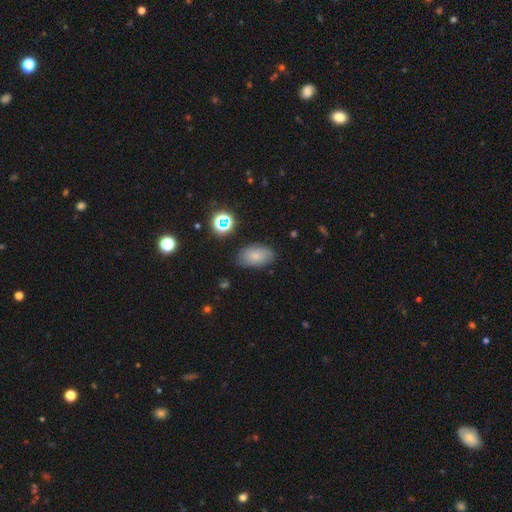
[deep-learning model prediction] The model was most divided on "smooth or featured": smooth: 69%, featured or disk: 18%, star or artifact: 13%. More confident: how rounded — in between (88%); merging — none (74%).